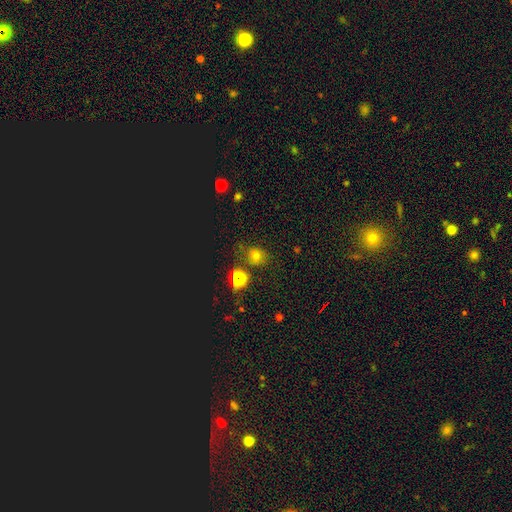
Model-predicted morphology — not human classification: Overall: smooth (65%; star or artifact 26%). How rounded: round (67%; in between 32%). Merging: none (72%).